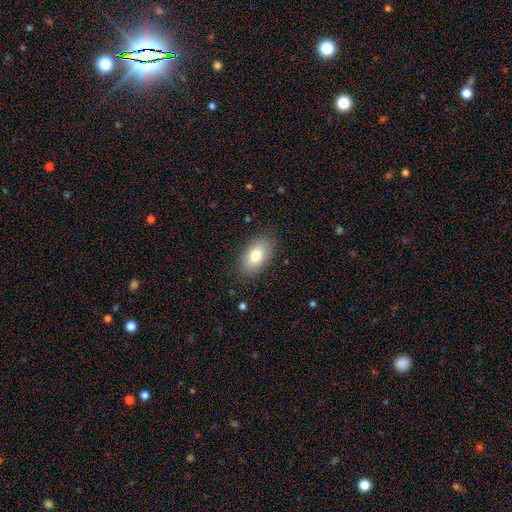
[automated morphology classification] A smooth galaxy with no disk features (80%) that is in between round and cigar-shaped (92%). Merging: none (84%).